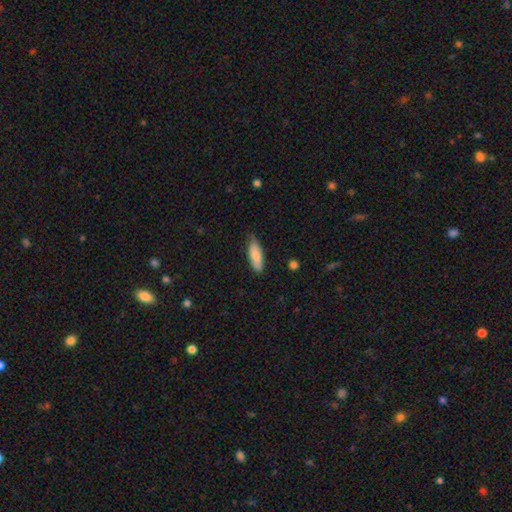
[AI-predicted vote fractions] Smooth or featured?
  - smooth: 81% *
  - featured or disk: 13%
  - star or artifact: 6%
How rounded?
  - in between: 63% *
  - cigar-shaped: 35%
  - round: 2%
Merging?
  - none: 78% *
  - minor disturbance: 19%
  - major disturbance: 3%
  - merger: 1%